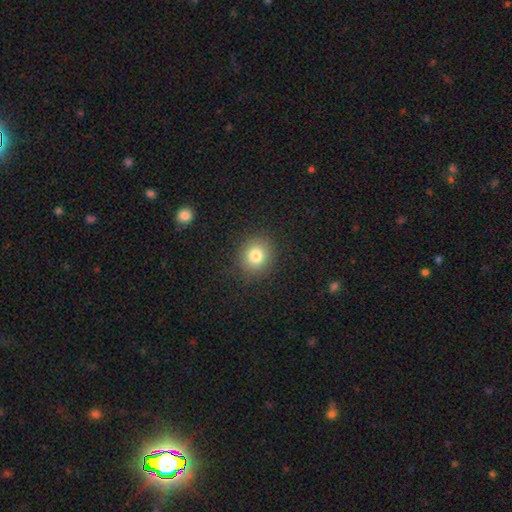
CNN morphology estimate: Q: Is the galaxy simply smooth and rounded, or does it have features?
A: smooth — 80%.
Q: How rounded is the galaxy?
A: round — 82%.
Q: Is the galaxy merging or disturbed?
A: none — 88%.